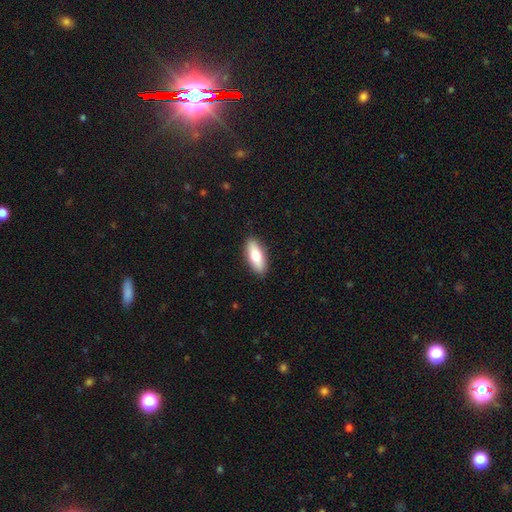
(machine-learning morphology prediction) This is likely a smooth galaxy (73%). How rounded: likely in between (74%). Merging: clearly none (90%).